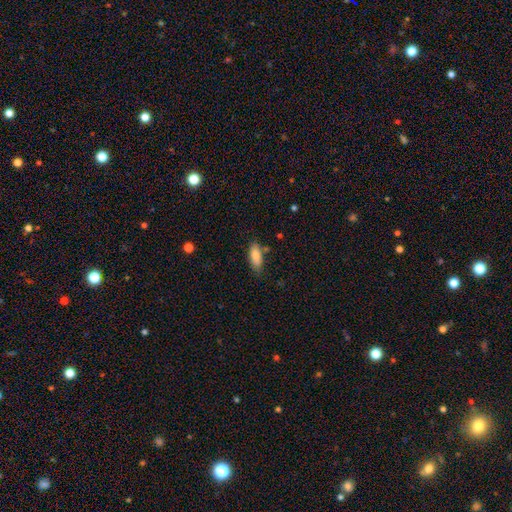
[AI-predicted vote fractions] This is clearly a smooth galaxy (85%). How rounded: likely in between (77%). Merging: likely none (73%).